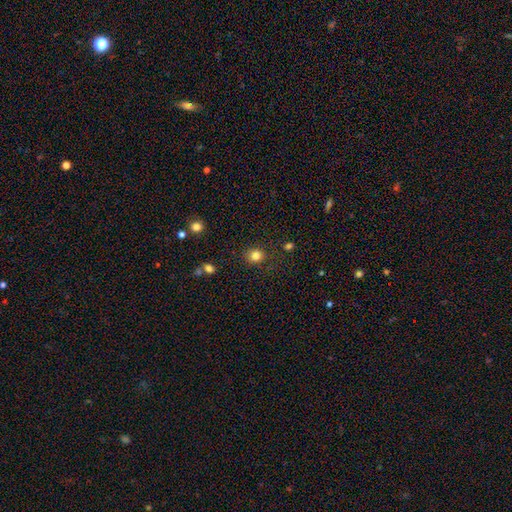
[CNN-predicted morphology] Smooth or featured? Predicted: smooth (p=0.83). How rounded? Predicted: round (p=0.84). Merging? Predicted: none (p=0.86).